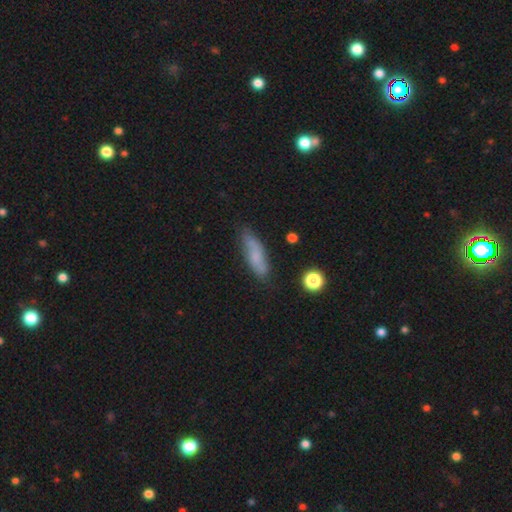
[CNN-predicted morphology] A smooth galaxy with no disk features (65%) that is cigar-shaped (56%). Merging: none (73%).